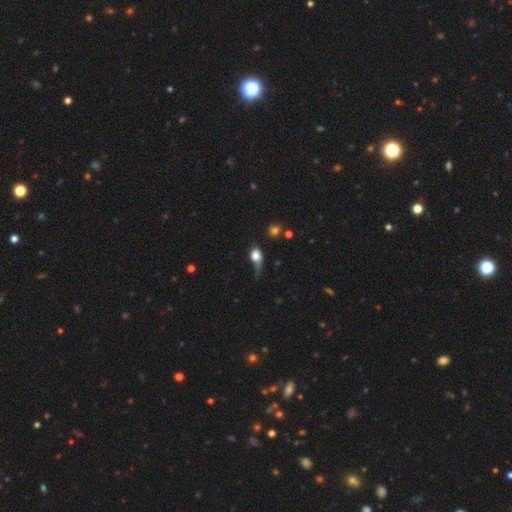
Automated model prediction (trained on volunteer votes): smooth 71%, featured or disk 19%, star or artifact 10%. Down the decision tree: how rounded — round (50%); merging — major disturbance (41%).